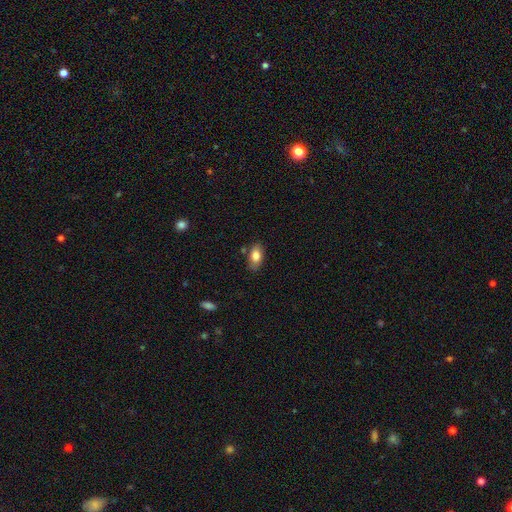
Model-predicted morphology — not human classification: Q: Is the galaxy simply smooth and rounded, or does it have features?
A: smooth — 83%.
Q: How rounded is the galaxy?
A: in between — 91%.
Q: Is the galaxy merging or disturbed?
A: none — 76%.